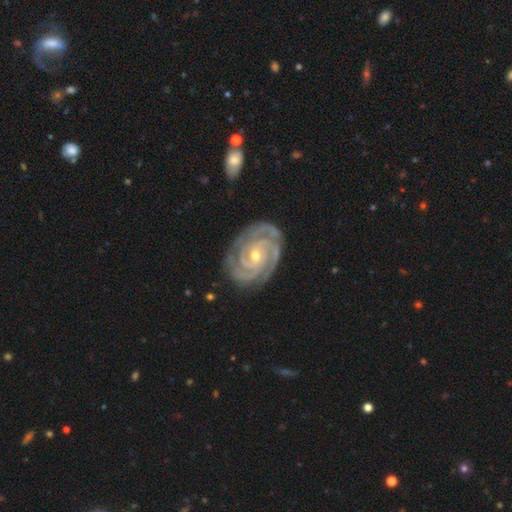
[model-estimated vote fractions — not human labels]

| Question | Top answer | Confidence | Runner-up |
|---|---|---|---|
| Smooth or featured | featured or disk | 93% | star or artifact (4%) |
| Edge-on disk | no | 98% | yes (2%) |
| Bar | no | 63% | weak (26%) |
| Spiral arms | yes | 99% | no (1%) |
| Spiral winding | tight | 81% | medium (17%) |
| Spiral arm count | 3 | 36% | 2 (29%) |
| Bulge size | small | 61% | moderate (37%) |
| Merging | none | 80% | minor disturbance (15%) |